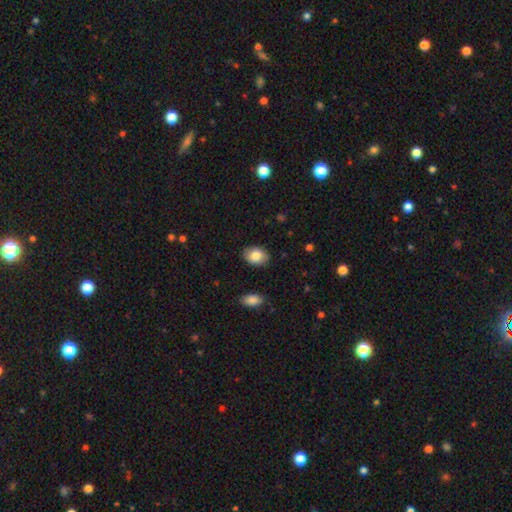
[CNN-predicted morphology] This appears to be a smooth galaxy with no disk features (84%) that is in between round and cigar-shaped (81%). Merging: none (87%).